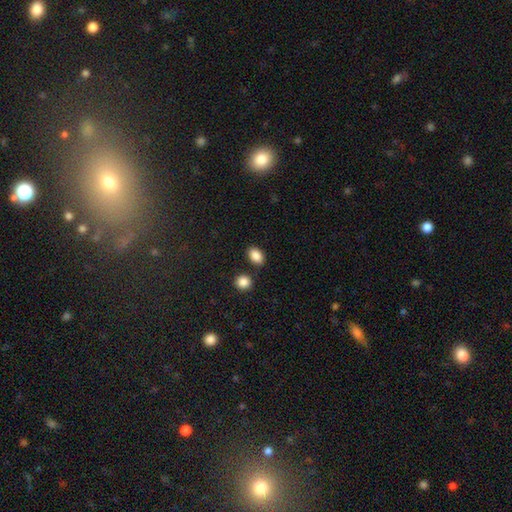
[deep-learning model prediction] Q: Smooth or featured?
A: smooth (88%); runner-up: star or artifact (8%)
Q: How rounded?
A: in between (84%); runner-up: round (15%)
Q: Merging?
A: none (80%); runner-up: minor disturbance (10%)